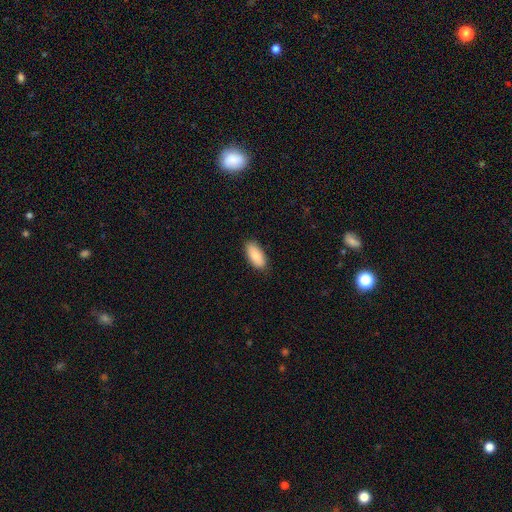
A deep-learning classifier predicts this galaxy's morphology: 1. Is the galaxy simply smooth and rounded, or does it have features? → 87% smooth, 7% featured or disk, 6% star or artifact.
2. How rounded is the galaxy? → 91% in between, 7% cigar-shaped, 2% round.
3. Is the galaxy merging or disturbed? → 87% none, 10% minor disturbance, 2% major disturbance, 1% merger.